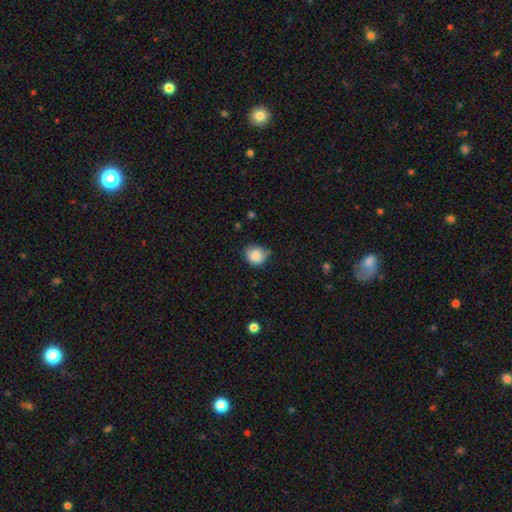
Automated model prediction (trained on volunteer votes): Smooth or featured: smooth — 82% (star or artifact — 9%)
How rounded: round — 82% (in between — 17%)
Merging: none — 66% (minor disturbance — 27%)